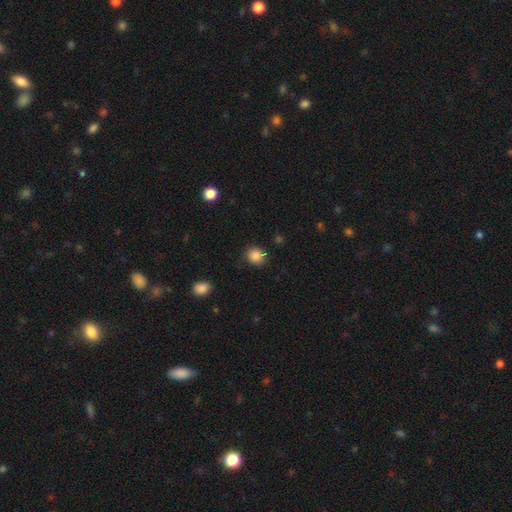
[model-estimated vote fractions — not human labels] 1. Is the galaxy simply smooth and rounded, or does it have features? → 85% smooth, 10% star or artifact, 4% featured or disk.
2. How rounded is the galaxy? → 80% round, 19% in between, 1% cigar-shaped.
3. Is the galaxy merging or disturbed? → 82% none, 13% minor disturbance, 3% major disturbance, 2% merger.